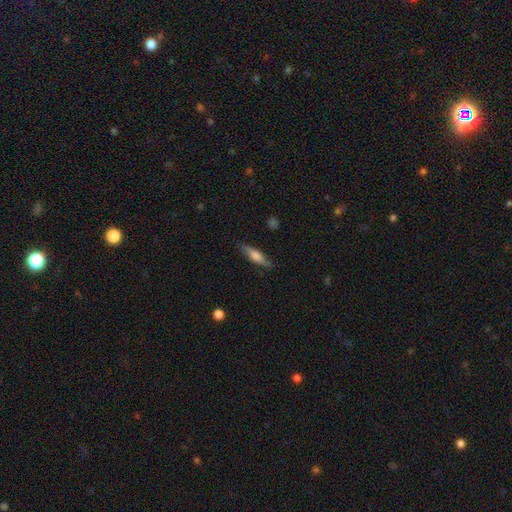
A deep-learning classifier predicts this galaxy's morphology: type=smooth (60%); roundness=cigar-shaped (65%); merging=none (81%).